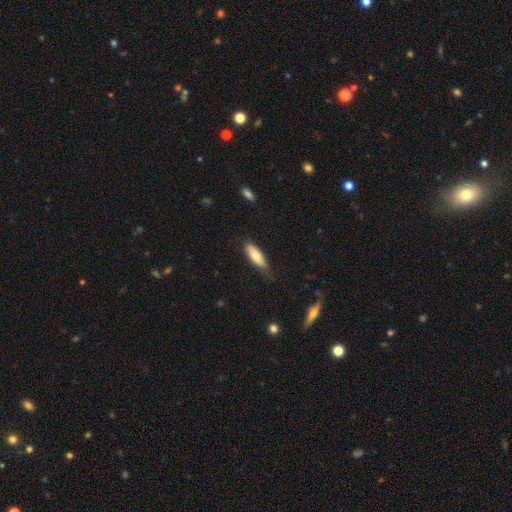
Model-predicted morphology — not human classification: Smooth or featured? smooth (71%)
How rounded? in between (63%)
Merging? none (70%)